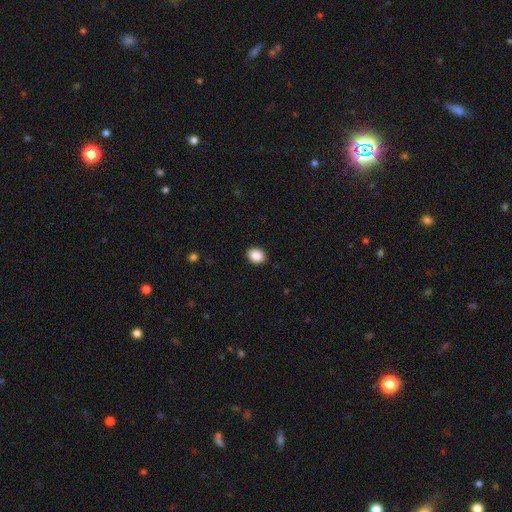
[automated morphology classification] Smooth or featured? Predicted: smooth (p=0.89). How rounded? Predicted: in between (p=0.57). Merging? Predicted: none (p=0.90).